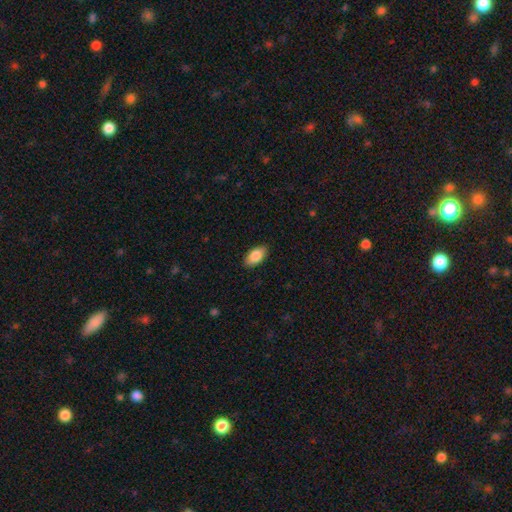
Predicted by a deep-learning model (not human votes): Smooth or featured: smooth — 87% (star or artifact — 6%)
How rounded: in between — 94% (round — 3%)
Merging: none — 89% (minor disturbance — 9%)